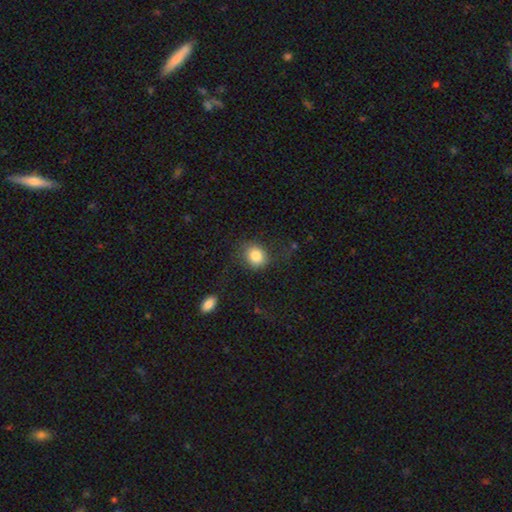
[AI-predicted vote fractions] This appears to be a smooth galaxy with no disk features (82%) that is round (66%). Merging: none (70%).